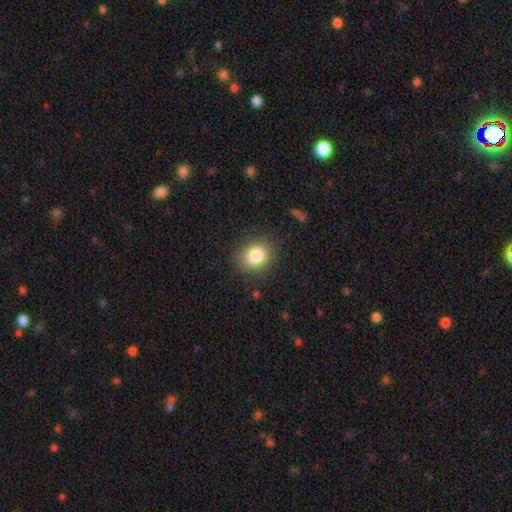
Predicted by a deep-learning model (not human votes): Smooth or featured?
  - smooth: 83% *
  - star or artifact: 10%
  - featured or disk: 7%
How rounded?
  - round: 63% *
  - in between: 36%
  - cigar-shaped: 1%
Merging?
  - none: 85% *
  - minor disturbance: 10%
  - major disturbance: 3%
  - merger: 1%